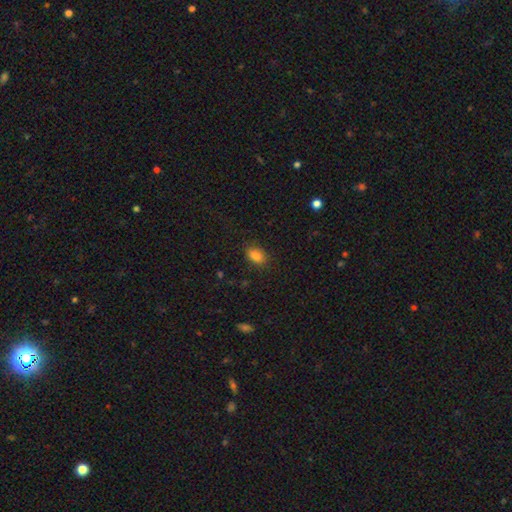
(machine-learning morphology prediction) This appears to be a smooth galaxy with no disk features (85%) that is in between round and cigar-shaped (84%). Merging: none (82%).